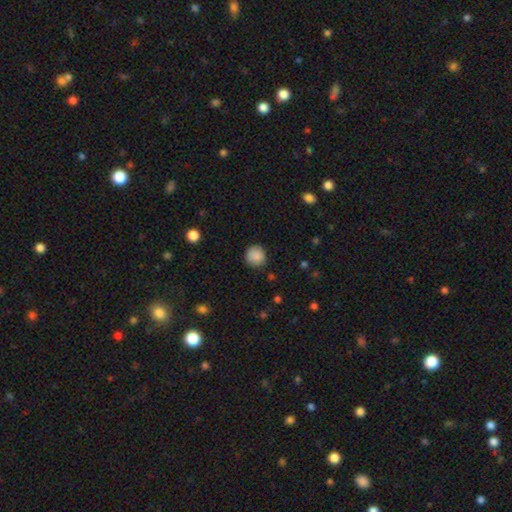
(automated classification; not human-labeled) This is clearly a smooth galaxy (87%). How rounded: clearly round (91%). Merging: clearly none (85%).